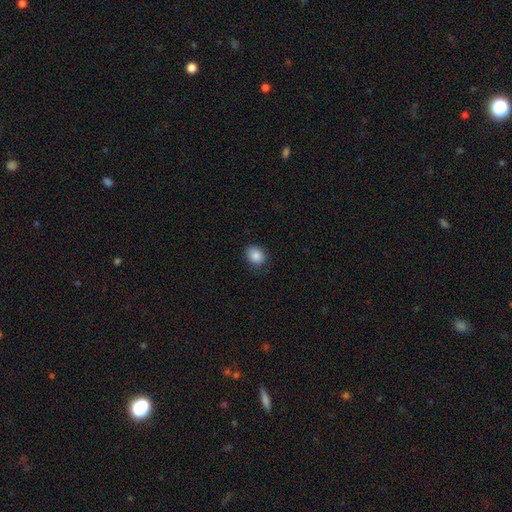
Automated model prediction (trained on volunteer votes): Q: Smooth or featured?
A: smooth (87%); runner-up: star or artifact (9%)
Q: How rounded?
A: round (55%); runner-up: in between (44%)
Q: Merging?
A: none (80%); runner-up: minor disturbance (15%)